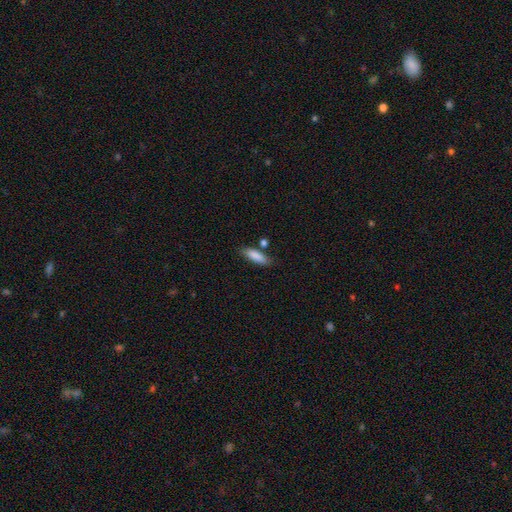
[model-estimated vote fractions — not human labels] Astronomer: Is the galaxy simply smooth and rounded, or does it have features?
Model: smooth — 86%.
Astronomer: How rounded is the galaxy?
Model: in between — 52% (runner-up: cigar-shaped, 45%).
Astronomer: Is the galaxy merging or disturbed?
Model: none — 74%.